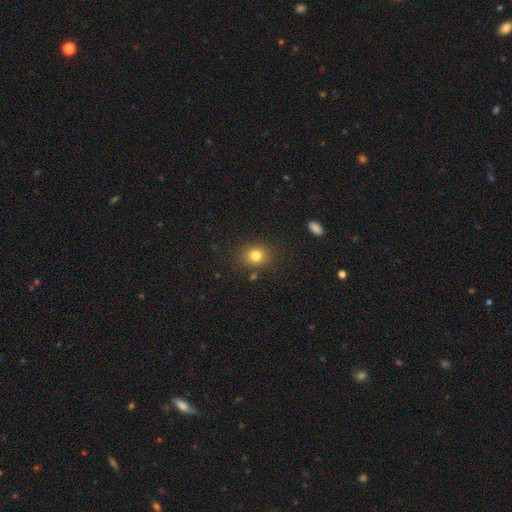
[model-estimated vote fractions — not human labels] The model was most divided on "how rounded": round: 73%, in between: 26%, cigar-shaped: 1%. More confident: merging — none (85%); smooth or featured — smooth (81%).